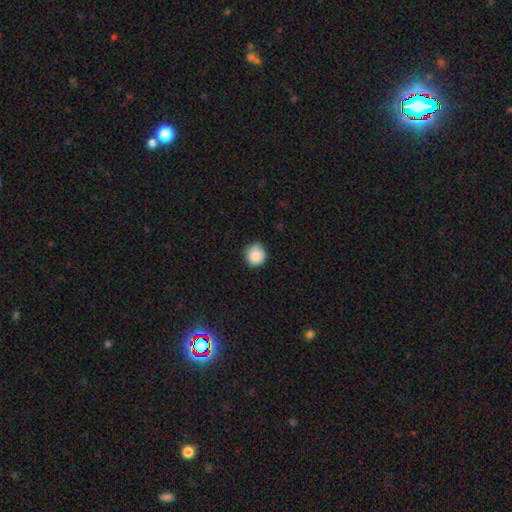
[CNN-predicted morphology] This appears to be a smooth galaxy with no disk features (87%) that is round (91%). Merging: none (79%).